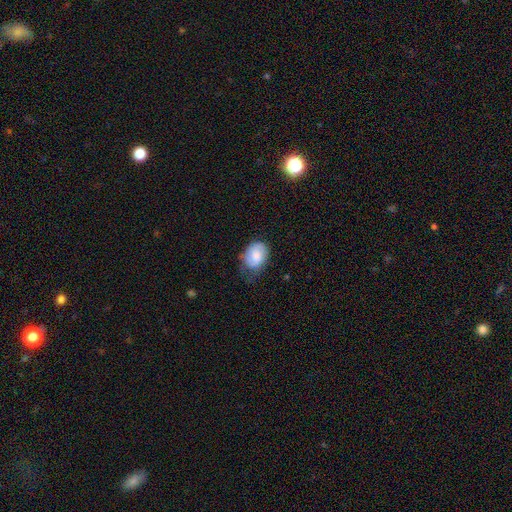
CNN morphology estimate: Smooth or featured: smooth — 66% (featured or disk — 27%)
How rounded: in between — 68% (round — 31%)
Merging: none — 50% (minor disturbance — 36%)